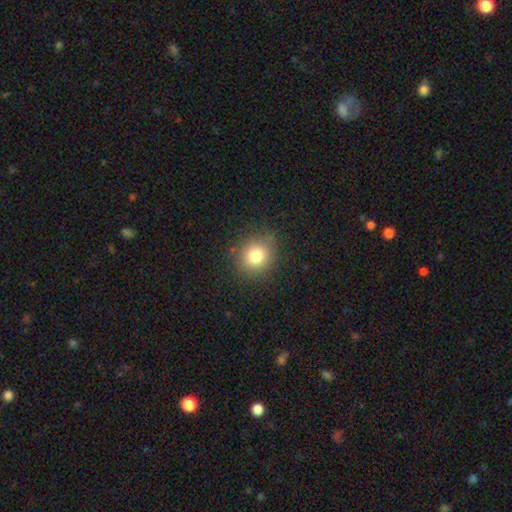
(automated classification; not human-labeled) Smooth or featured: smooth — 79% (star or artifact — 12%)
How rounded: round — 83% (in between — 16%)
Merging: none — 86% (minor disturbance — 10%)